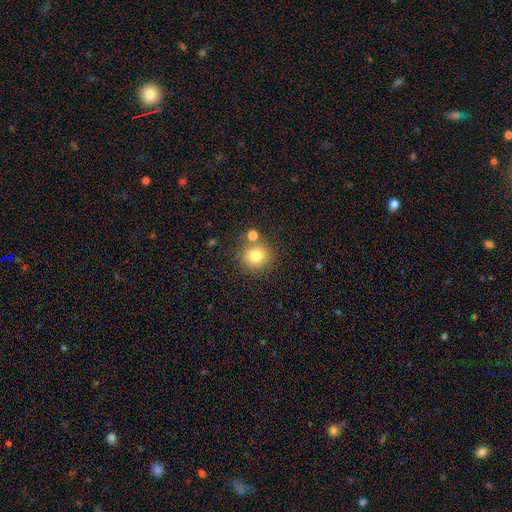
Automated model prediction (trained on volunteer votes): Smooth or featured? smooth (78%)
How rounded? round (89%)
Merging? none (71%)